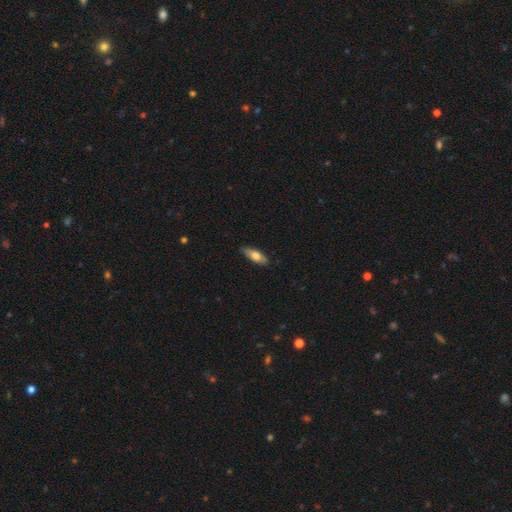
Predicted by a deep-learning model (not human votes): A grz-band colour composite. It shows a smooth galaxy with no disk features (70%) that is in between round and cigar-shaped (69%). Merging: none (85%).